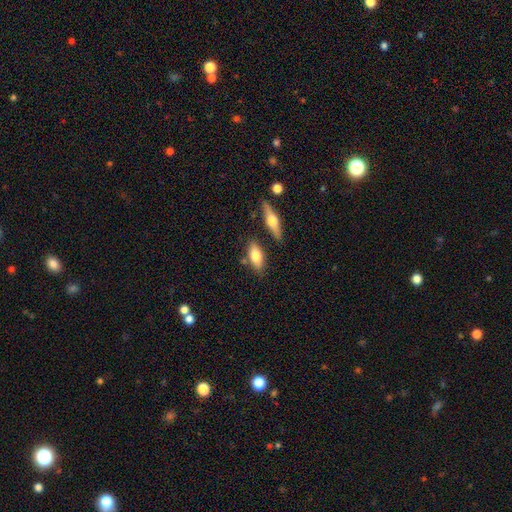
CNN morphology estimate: A smooth galaxy with no disk features (69%) that is in between round and cigar-shaped (76%).

Vote fractions:
- Smooth or featured? smooth: 69% / featured or disk: 24% / star or artifact: 7%
- How rounded? in between: 76% / cigar-shaped: 20% / round: 4%
- Merging? none: 75% / minor disturbance: 13% / merger: 9% / major disturbance: 3%